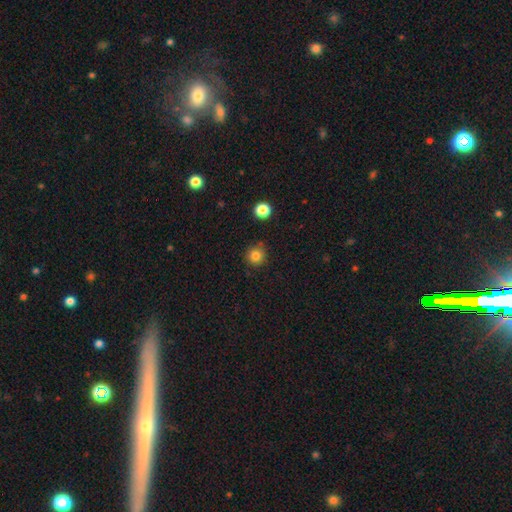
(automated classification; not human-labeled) smooth 83%, star or artifact 12%, featured or disk 5%. Down the decision tree: how rounded — round (93%); merging — none (84%).